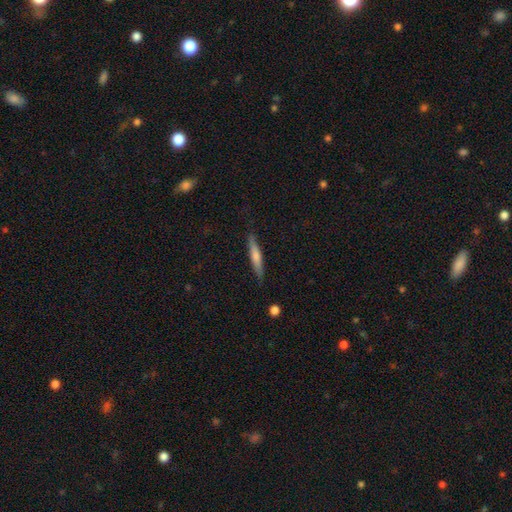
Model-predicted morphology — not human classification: The model was most divided on "smooth or featured": featured or disk: 48%, smooth: 46%, star or artifact: 6%. More confident: merging — none (87%).